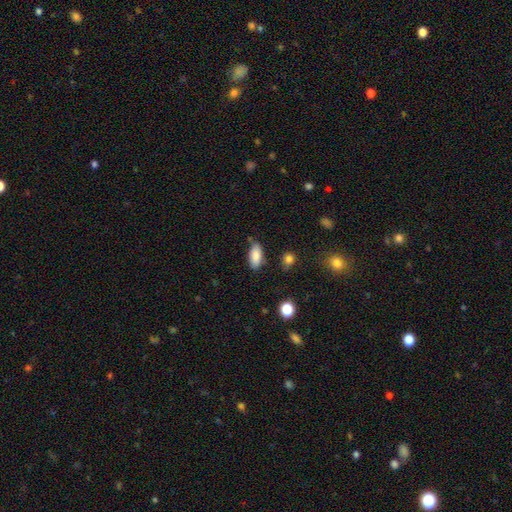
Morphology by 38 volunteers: This appears to be a smooth galaxy with no disk features (84%) that is in between round and cigar-shaped (69%). Merging: none (75%).